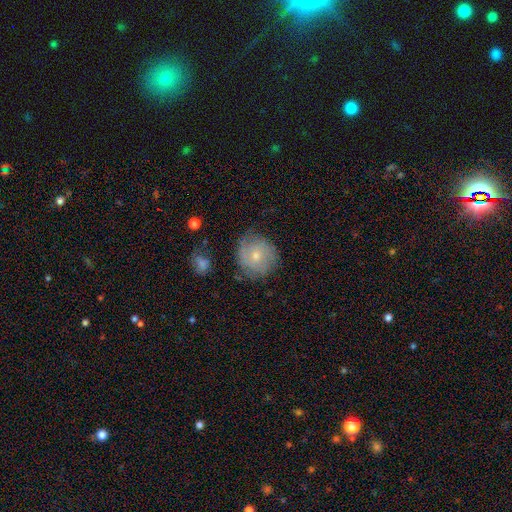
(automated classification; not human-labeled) Overall: smooth (51%; featured or disk 41%). How rounded: round (88%). Merging: none (70%).